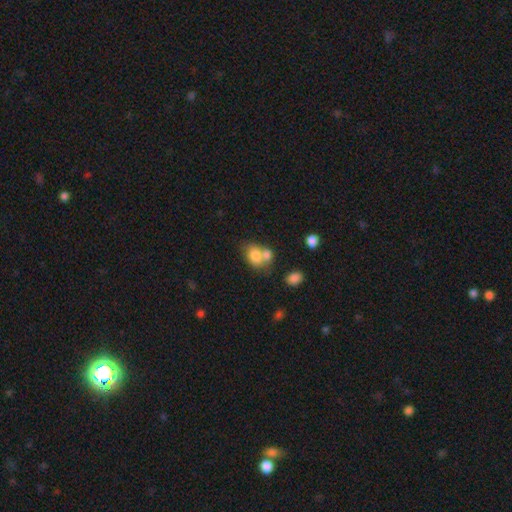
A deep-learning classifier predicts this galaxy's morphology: This appears to be a smooth galaxy with no disk features (78%) that is in between round and cigar-shaped (69%). Merging: merger (51%).